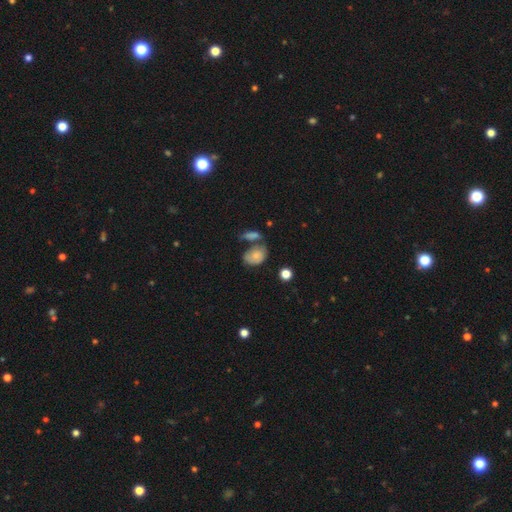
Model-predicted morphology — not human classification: A smooth galaxy with no disk features (71%) that is in between round and cigar-shaped (68%).

Vote fractions:
- Smooth or featured? smooth: 71% / featured or disk: 20% / star or artifact: 9%
- How rounded? in between: 68% / round: 30% / cigar-shaped: 2%
- Merging? none: 41% / merger: 27% / minor disturbance: 22% / major disturbance: 11%